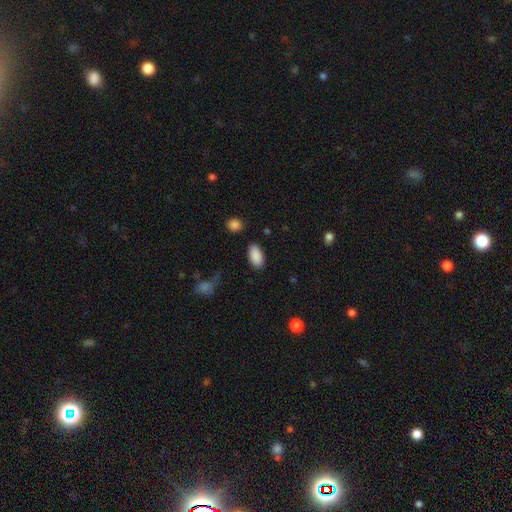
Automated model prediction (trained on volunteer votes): This is clearly a smooth galaxy (89%). How rounded: clearly in between (95%). Merging: clearly none (85%).